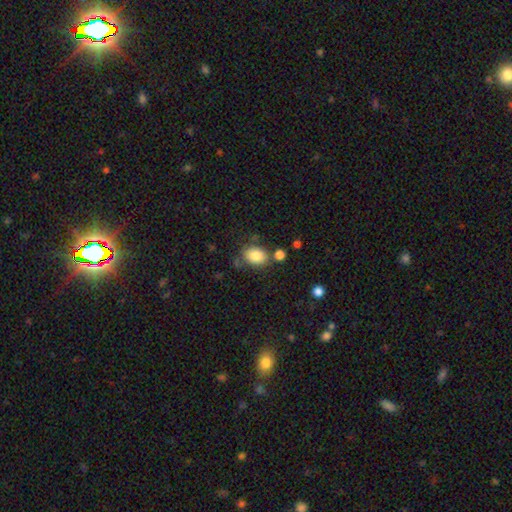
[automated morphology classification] smooth-or-featured: smooth: 84% | star or artifact: 9% | featured or disk: 7%
  how-rounded: in between: 67% | round: 32% | cigar-shaped: 1%
  merging: none: 68% | minor disturbance: 16% | merger: 12% | major disturbance: 5%